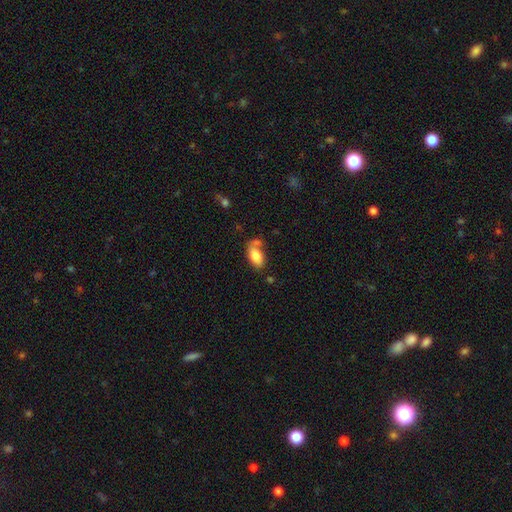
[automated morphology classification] Overall: smooth (80%). How rounded: in between (92%). Merging: none (50%; merger 21%).